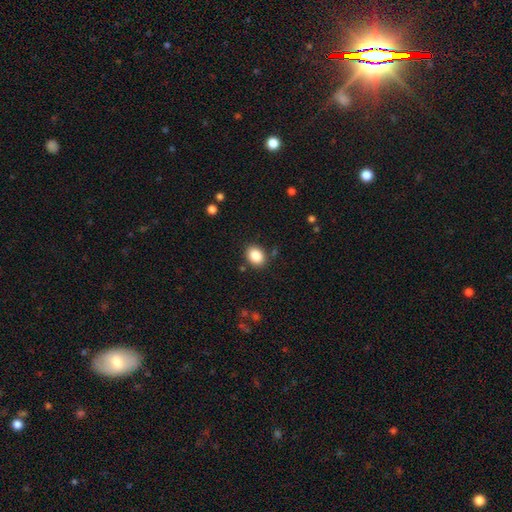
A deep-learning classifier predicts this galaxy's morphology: Smooth or featured? smooth (87%)
How rounded? in between (60%)
Merging? none (86%)